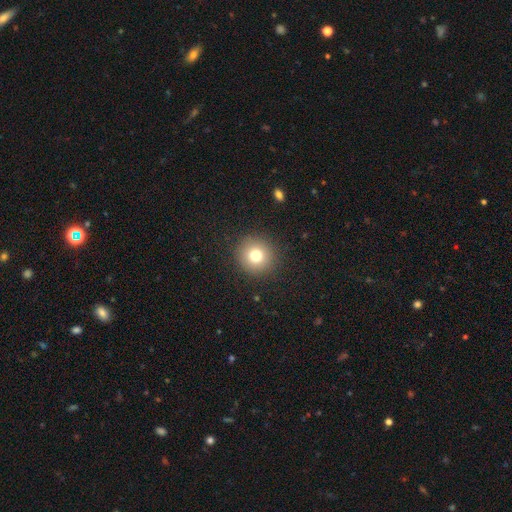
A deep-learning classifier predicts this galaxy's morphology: type=smooth (77%); roundness=round (93%); merging=none (90%).